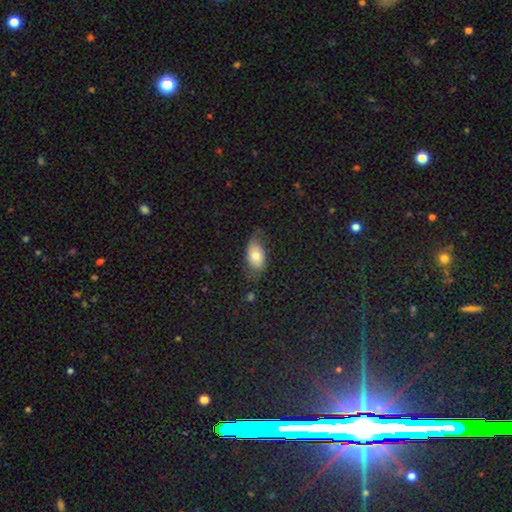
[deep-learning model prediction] Morphology: type=smooth (73%); roundness=in between (90%); merging=none (55%).